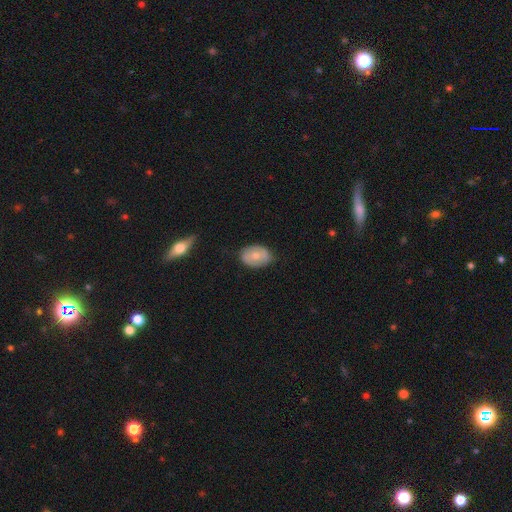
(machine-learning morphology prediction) A smooth galaxy with no disk features (59%) that is in between round and cigar-shaped (79%).

Vote fractions:
- Smooth or featured? smooth: 59% / featured or disk: 35% / star or artifact: 6%
- How rounded? in between: 79% / round: 20% / cigar-shaped: 1%
- Merging? none: 80% / minor disturbance: 16% / major disturbance: 3% / merger: 1%